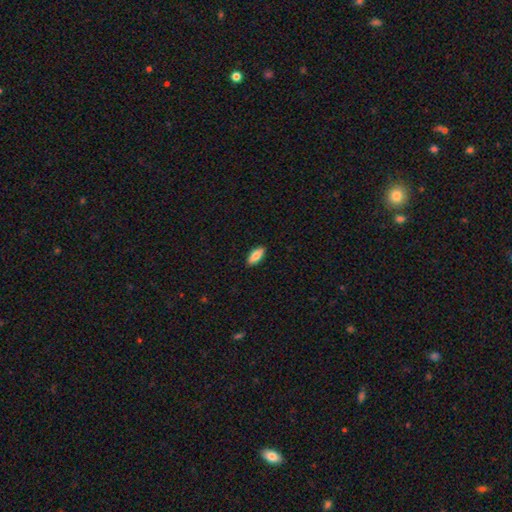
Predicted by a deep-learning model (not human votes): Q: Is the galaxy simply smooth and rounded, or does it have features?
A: smooth — 83%.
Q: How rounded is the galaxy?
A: in between — 81%.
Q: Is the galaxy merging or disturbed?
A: none — 90%.